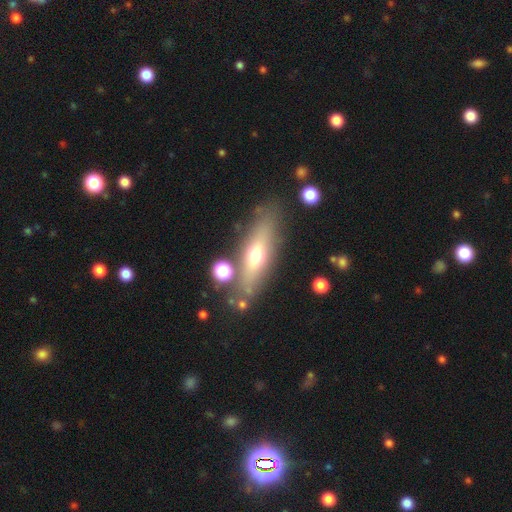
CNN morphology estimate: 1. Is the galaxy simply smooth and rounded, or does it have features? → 46% featured or disk (tied), 46% smooth (tied), 8% star or artifact.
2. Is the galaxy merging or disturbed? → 79% none, 12% minor disturbance, 5% merger, 4% major disturbance.